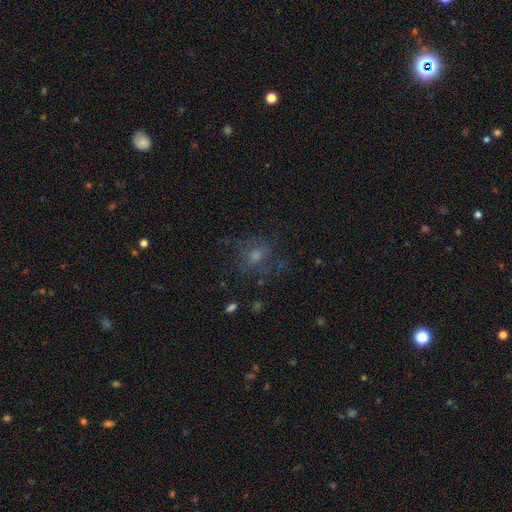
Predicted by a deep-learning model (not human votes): Q: Smooth or featured?
A: smooth (53%); runner-up: featured or disk (29%)
Q: How rounded?
A: round (56%); runner-up: in between (42%)
Q: Merging?
A: none (58%); runner-up: major disturbance (21%)